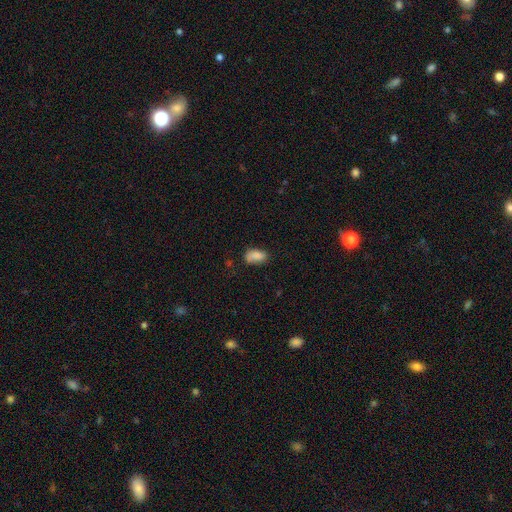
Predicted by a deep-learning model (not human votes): Smooth or featured? Predicted: smooth (p=0.84). How rounded? Predicted: in between (p=0.91). Merging? Predicted: none (p=0.61).